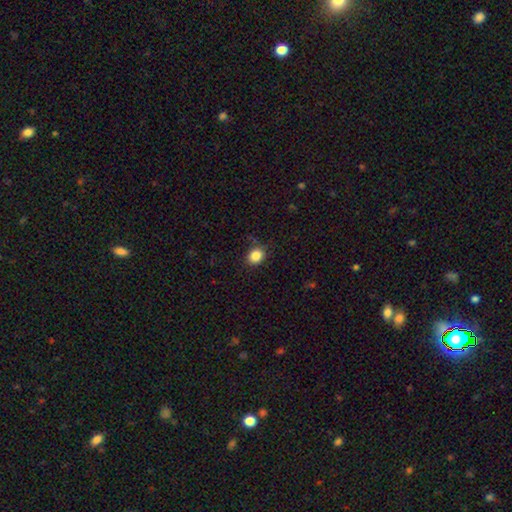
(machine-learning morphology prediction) Smooth or featured: smooth — 85% (star or artifact — 11%)
How rounded: round — 71% (in between — 29%)
Merging: none — 81% (minor disturbance — 14%)